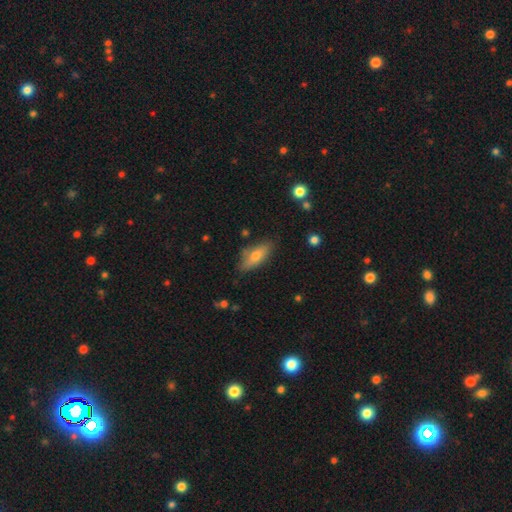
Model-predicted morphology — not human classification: smooth 64%, featured or disk 29%, star or artifact 7%. Down the decision tree: how rounded — in between (67%); merging — none (78%).